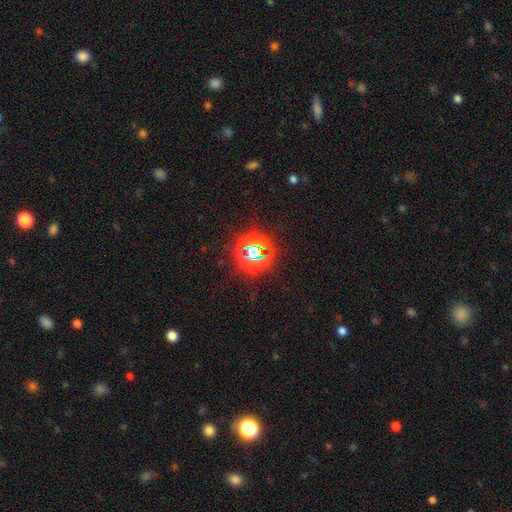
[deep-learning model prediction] star or artifact 77%, smooth 14%, featured or disk 9%.